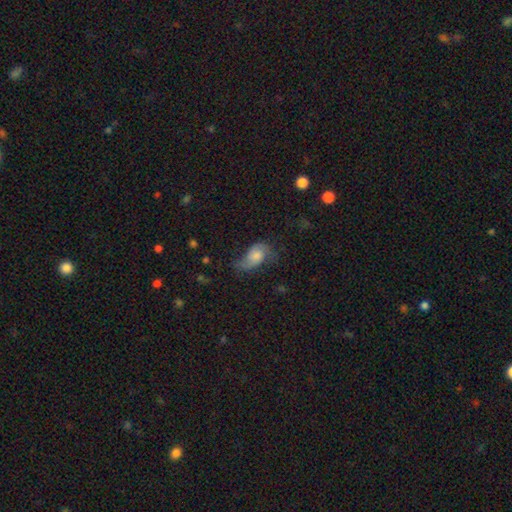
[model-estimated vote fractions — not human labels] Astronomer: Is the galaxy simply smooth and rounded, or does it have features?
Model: smooth — 45%, tied with featured or disk at 45%.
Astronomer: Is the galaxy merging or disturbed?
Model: none — 43% (runner-up: minor disturbance, 32%).